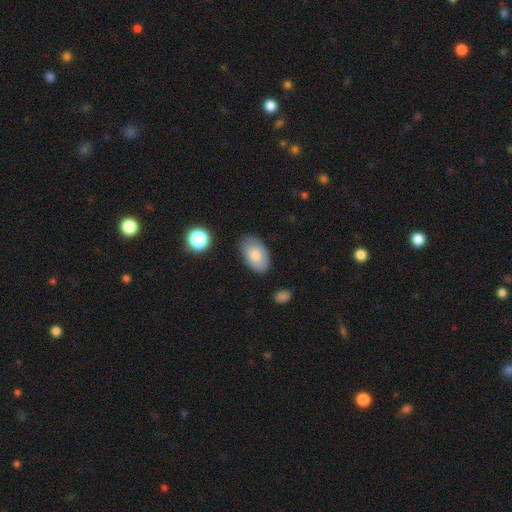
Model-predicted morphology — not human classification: A smooth galaxy with no disk features (76%) that is in between round and cigar-shaped (92%). Merging: none (75%).